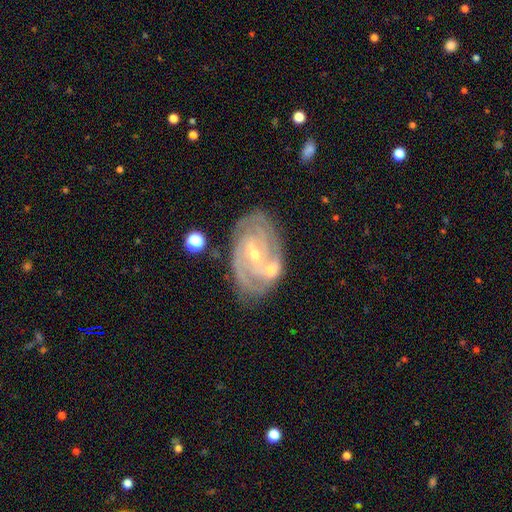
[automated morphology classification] This appears to be a featured or disk galaxy (88%) with a weak bar (46%), 2 (41%) tight (68%) spiral arms (96%) and a small central bulge (63%). Merging: none (67%).